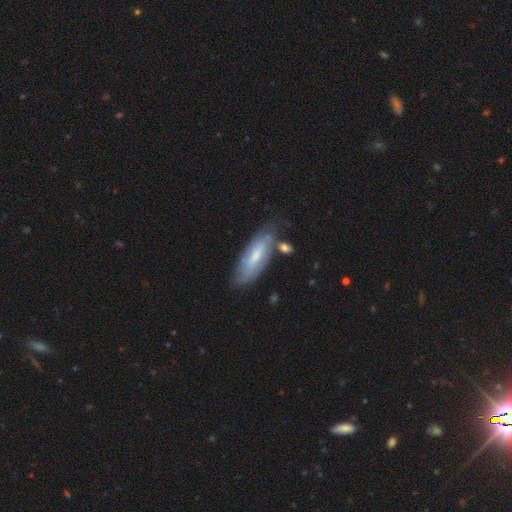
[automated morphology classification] This appears to be a smooth galaxy with no disk features (48%). Merging: none (63%).